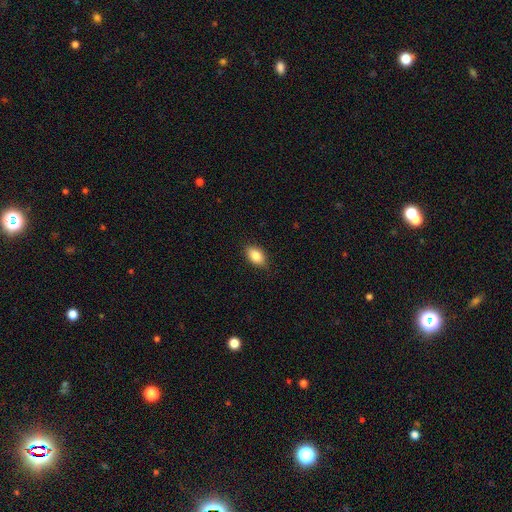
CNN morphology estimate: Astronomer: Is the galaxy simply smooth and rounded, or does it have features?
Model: smooth — 86%.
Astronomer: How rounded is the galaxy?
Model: in between — 90%.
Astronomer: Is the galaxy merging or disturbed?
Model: none — 87%.